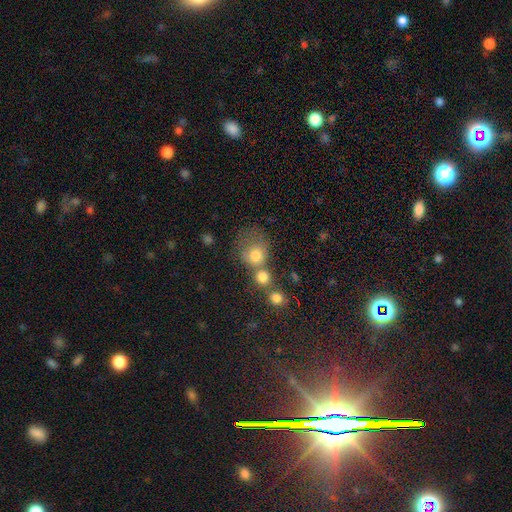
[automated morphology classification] A smooth galaxy with no disk features (74%) that is round (78%). Merging: merger (42%).